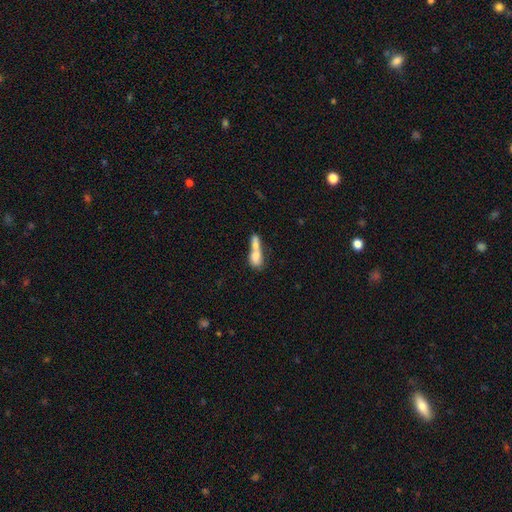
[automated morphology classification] A smooth galaxy with no disk features (67%) that is in between round and cigar-shaped (59%). Merging: merger (67%).